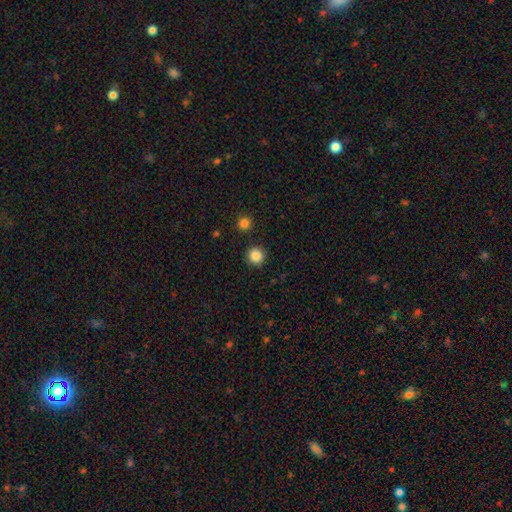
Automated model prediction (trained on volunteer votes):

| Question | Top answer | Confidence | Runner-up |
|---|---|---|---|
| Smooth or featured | smooth | 86% | star or artifact (11%) |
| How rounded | round | 94% | in between (5%) |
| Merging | none | 91% | minor disturbance (5%) |